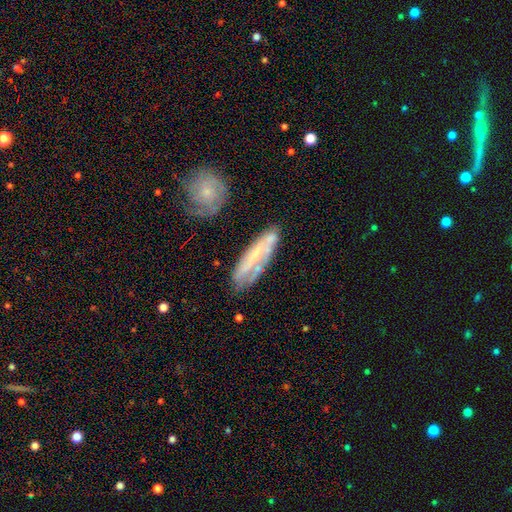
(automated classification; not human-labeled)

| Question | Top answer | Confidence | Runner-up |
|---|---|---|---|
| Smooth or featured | featured or disk | 64% | smooth (29%) |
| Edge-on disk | no | 72% | yes (28%) |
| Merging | none | 64% | minor disturbance (21%) |